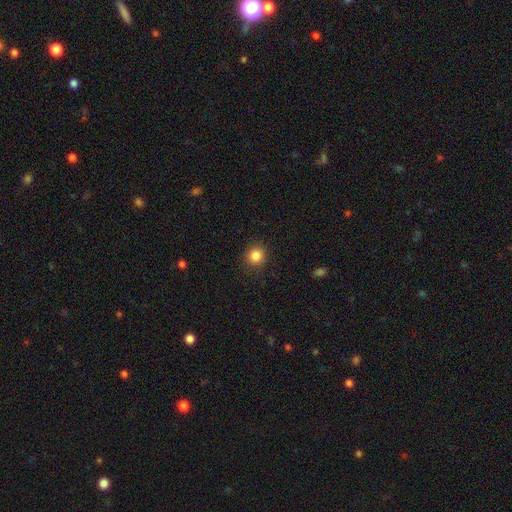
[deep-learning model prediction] Smooth or featured: smooth — 85% (star or artifact — 11%)
How rounded: round — 91% (in between — 8%)
Merging: none — 90% (minor disturbance — 7%)